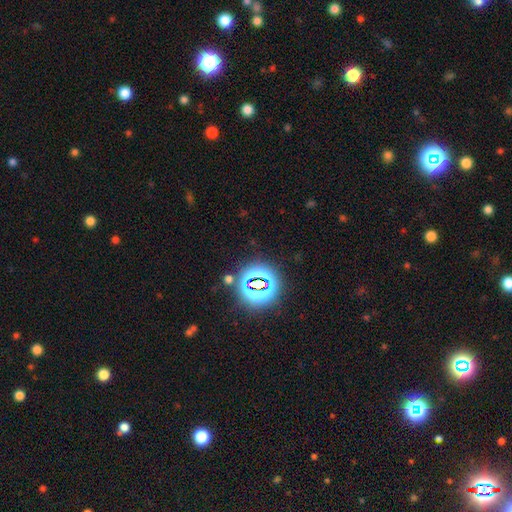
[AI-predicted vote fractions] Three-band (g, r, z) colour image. It shows a star or artifact, not a galaxy (77%).